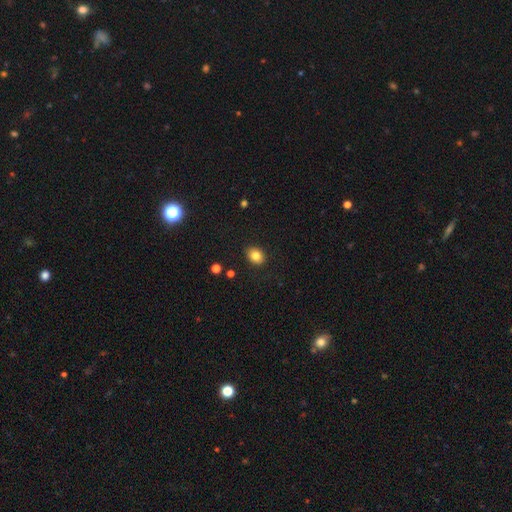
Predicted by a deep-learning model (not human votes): Smooth or featured? smooth (82%)
How rounded? in between (51%)
Merging? none (89%)